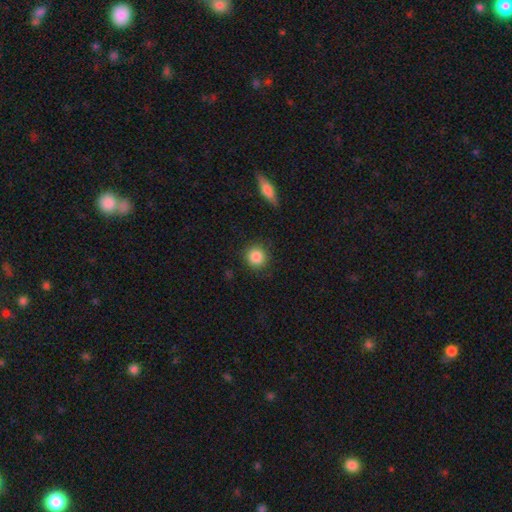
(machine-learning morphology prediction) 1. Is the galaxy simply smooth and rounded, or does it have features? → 87% smooth, 8% star or artifact, 5% featured or disk.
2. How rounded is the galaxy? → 91% round, 8% in between, 1% cigar-shaped.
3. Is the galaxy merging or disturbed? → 88% none, 8% minor disturbance, 3% major disturbance, 2% merger.